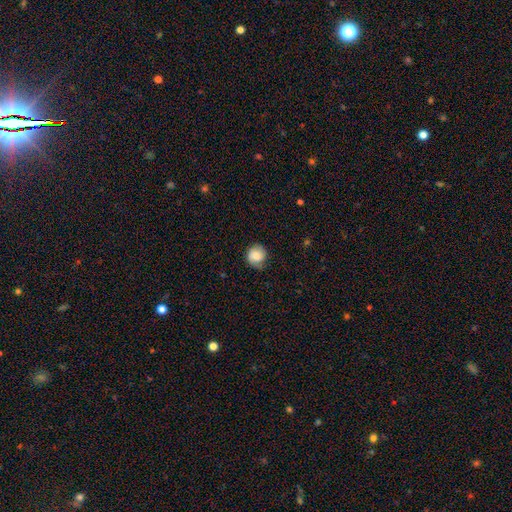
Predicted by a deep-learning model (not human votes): Smooth or featured?
  - smooth: 69% *
  - featured or disk: 22%
  - star or artifact: 8%
How rounded?
  - round: 85% *
  - in between: 14%
  - cigar-shaped: 1%
Merging?
  - none: 70% *
  - minor disturbance: 22%
  - major disturbance: 7%
  - merger: 1%